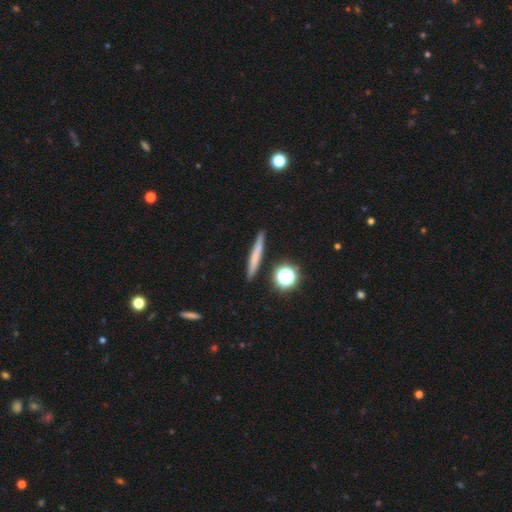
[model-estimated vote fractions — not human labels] Q: Smooth or featured?
A: smooth (59%); runner-up: featured or disk (31%)
Q: How rounded?
A: cigar-shaped (90%); runner-up: round (6%)
Q: Merging?
A: none (90%); runner-up: minor disturbance (7%)